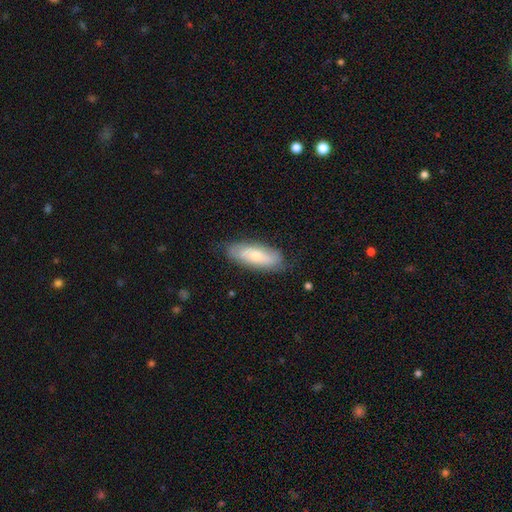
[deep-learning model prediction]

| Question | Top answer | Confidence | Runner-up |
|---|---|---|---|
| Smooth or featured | smooth | 56% | featured or disk (38%) |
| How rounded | in between | 71% | cigar-shaped (27%) |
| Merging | none | 78% | minor disturbance (17%) |